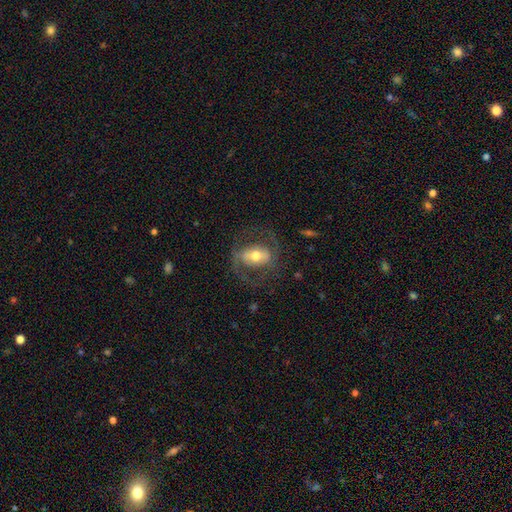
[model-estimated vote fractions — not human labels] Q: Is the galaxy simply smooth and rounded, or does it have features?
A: featured or disk — 68%.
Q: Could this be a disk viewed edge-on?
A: no — 94%.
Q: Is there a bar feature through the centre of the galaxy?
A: strong — 36%.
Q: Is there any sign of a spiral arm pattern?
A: yes — 69%.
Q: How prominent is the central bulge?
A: moderate — 67%.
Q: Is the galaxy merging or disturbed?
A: none — 66%.